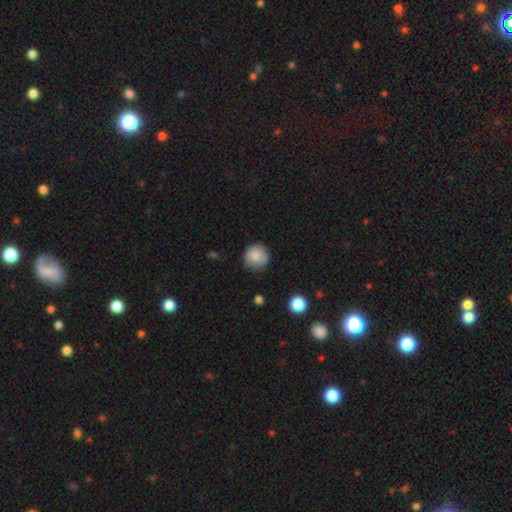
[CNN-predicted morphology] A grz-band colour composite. It shows a smooth galaxy with no disk features (85%) that is round (93%). Merging: none (79%).